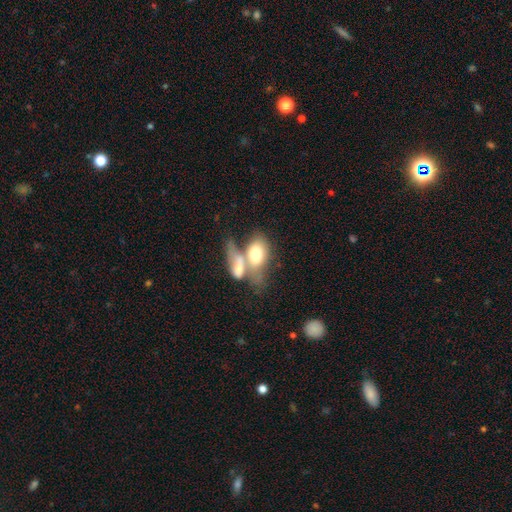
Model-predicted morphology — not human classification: This appears to be a smooth galaxy with no disk features (67%) that is in between round and cigar-shaped (86%). Merging: merger (70%).